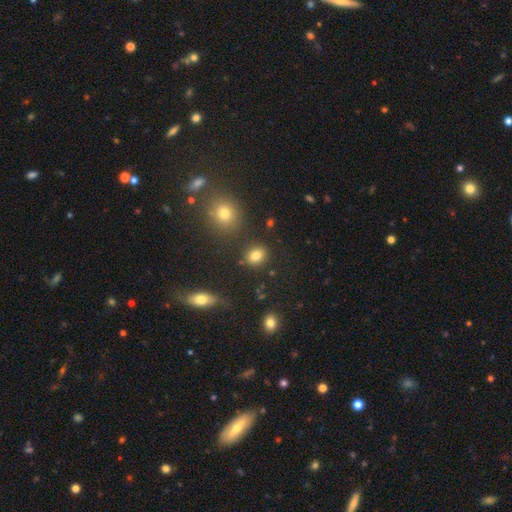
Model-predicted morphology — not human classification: Overall: smooth (82%). How rounded: round (56%; in between 42%). Merging: none (83%).